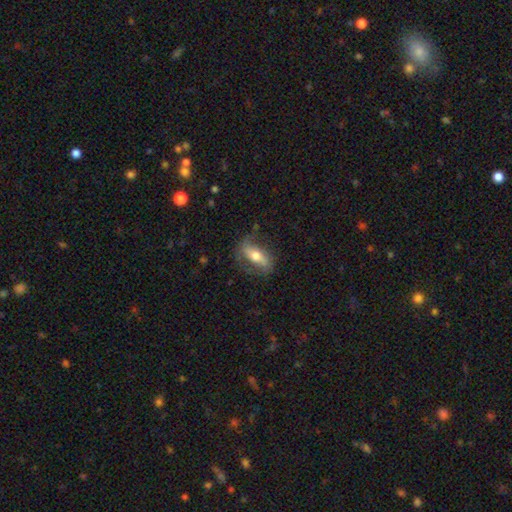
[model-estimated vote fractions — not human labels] The model was most divided on "smooth or featured": featured or disk: 55%, smooth: 39%, star or artifact: 6%. More confident: edge-on disk — no (73%); merging — none (67%).